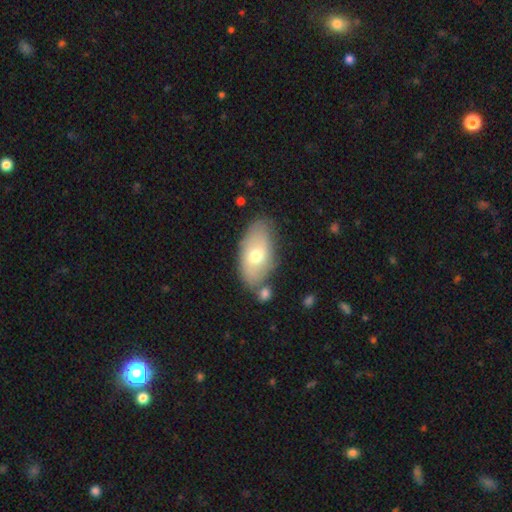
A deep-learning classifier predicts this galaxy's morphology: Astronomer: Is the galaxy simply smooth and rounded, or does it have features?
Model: smooth — 61%.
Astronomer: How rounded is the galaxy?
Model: in between — 92%.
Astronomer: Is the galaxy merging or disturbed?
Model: none — 67%.